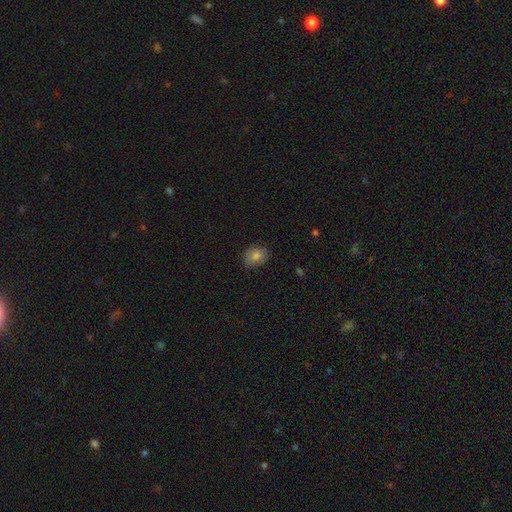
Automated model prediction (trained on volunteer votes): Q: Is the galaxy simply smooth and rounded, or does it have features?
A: smooth — 80%.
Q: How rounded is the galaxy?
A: in between — 59%.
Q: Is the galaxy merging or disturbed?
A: none — 78%.